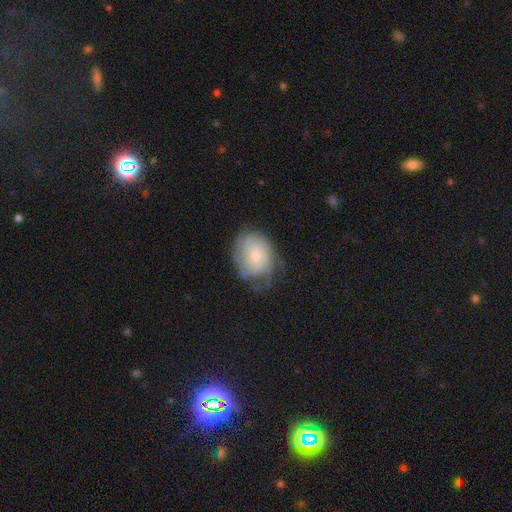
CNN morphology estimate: A featured or disk galaxy (49%). Merging: none (53%).